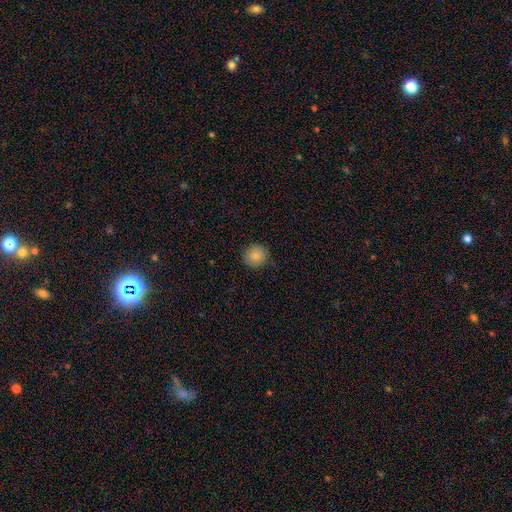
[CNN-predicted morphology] A smooth galaxy with no disk features (84%) that is round (92%). Merging: none (86%).